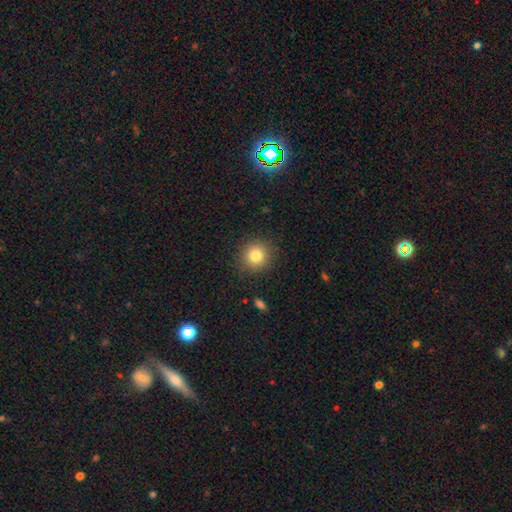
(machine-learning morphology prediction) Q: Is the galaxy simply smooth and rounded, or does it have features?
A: smooth — 81%.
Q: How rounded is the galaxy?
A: round — 91%.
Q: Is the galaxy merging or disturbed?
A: none — 89%.